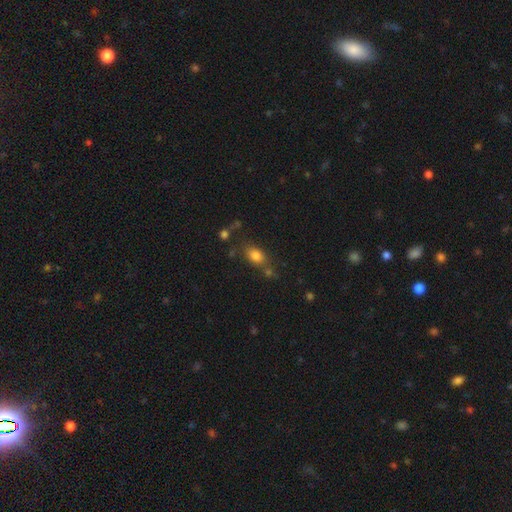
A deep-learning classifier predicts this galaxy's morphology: Smooth or featured?
  - smooth: 82% *
  - star or artifact: 10%
  - featured or disk: 8%
How rounded?
  - in between: 80% *
  - round: 17%
  - cigar-shaped: 3%
Merging?
  - none: 66% *
  - minor disturbance: 16%
  - merger: 12%
  - major disturbance: 6%